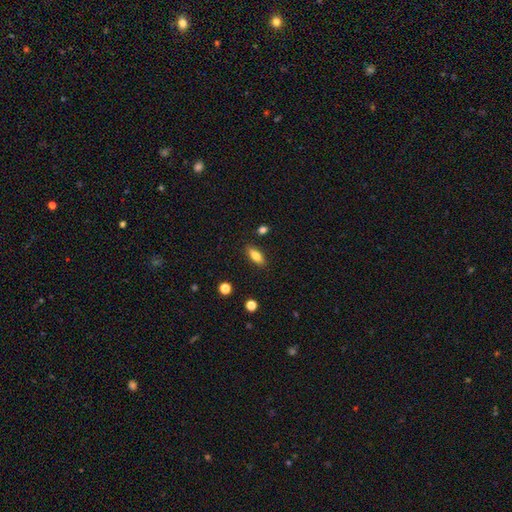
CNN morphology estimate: type=smooth (77%); roundness=in between (75%); merging=none (86%).